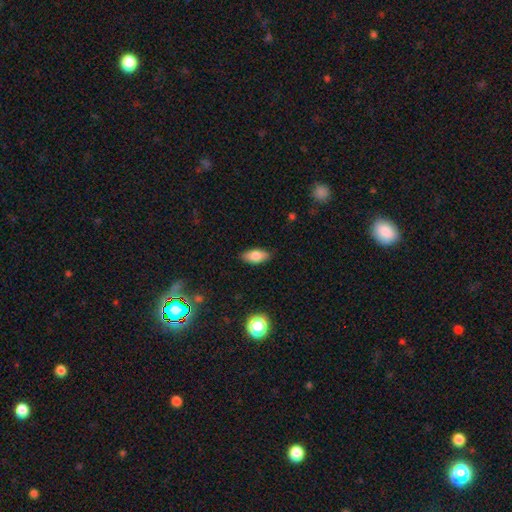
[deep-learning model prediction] A smooth galaxy with no disk features (80%) that is in between round and cigar-shaped (87%). Merging: none (87%).